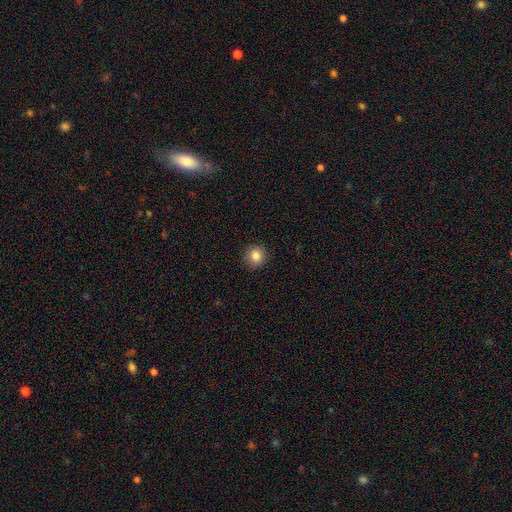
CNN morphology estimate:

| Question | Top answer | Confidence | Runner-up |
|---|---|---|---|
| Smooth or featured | smooth | 85% | star or artifact (10%) |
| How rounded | round | 90% | in between (9%) |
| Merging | none | 91% | minor disturbance (6%) |